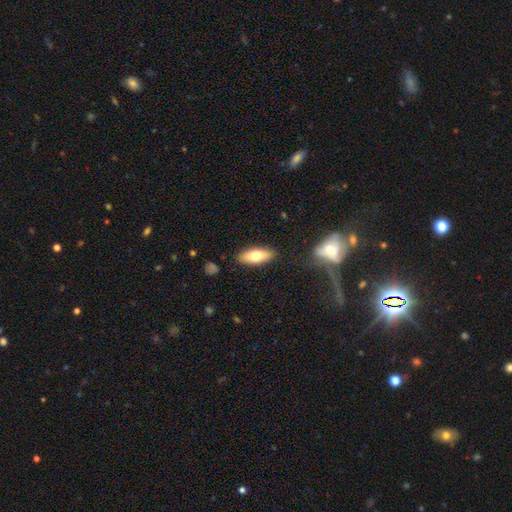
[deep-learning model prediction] A smooth galaxy with no disk features (68%) that is in between round and cigar-shaped (74%). Merging: none (86%).